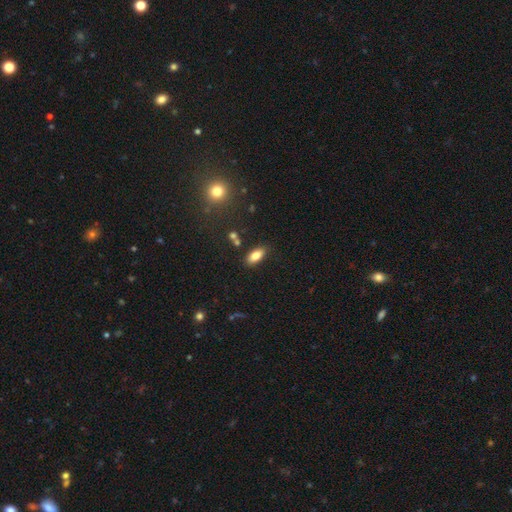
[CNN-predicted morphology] Overall: smooth (83%). How rounded: in between (88%). Merging: none (83%).